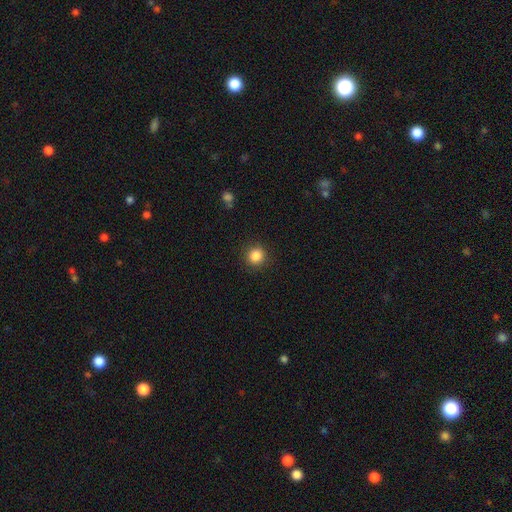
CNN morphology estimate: smooth 86%, star or artifact 10%, featured or disk 4%. Down the decision tree: how rounded — round (92%); merging — none (90%).